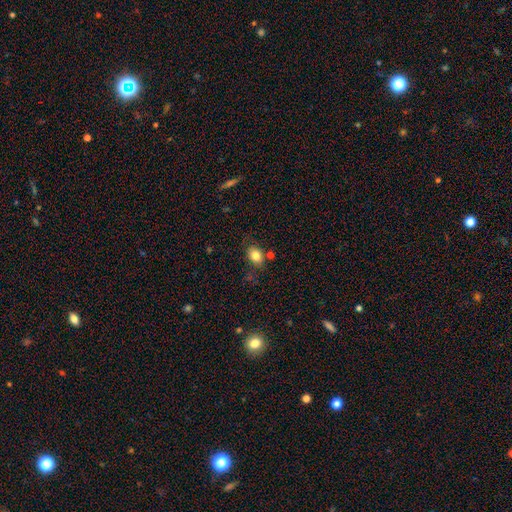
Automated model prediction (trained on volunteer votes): The model was most divided on "how rounded": in between: 71%, round: 27%, cigar-shaped: 1%. More confident: smooth or featured — smooth (82%); merging — none (72%).